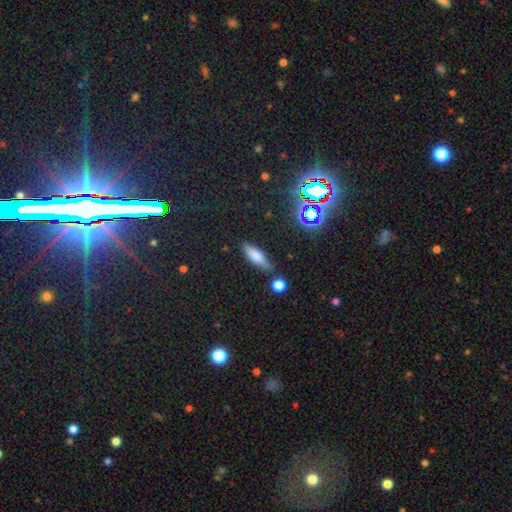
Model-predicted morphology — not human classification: Smooth or featured: smooth — 66% (featured or disk — 20%)
How rounded: in between — 52% (cigar-shaped — 44%)
Merging: none — 74% (minor disturbance — 17%)